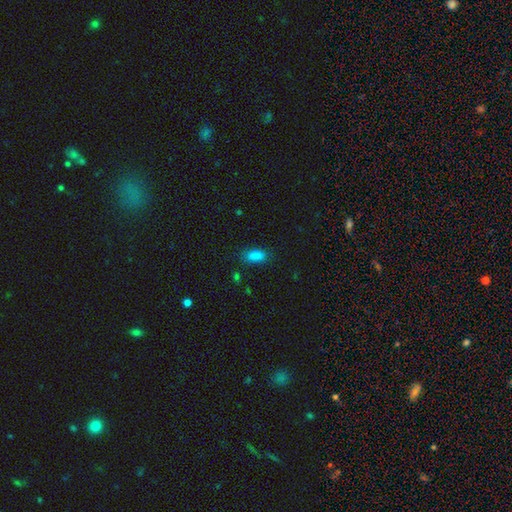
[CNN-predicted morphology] type=smooth (86%); roundness=in between (89%); merging=none (82%).